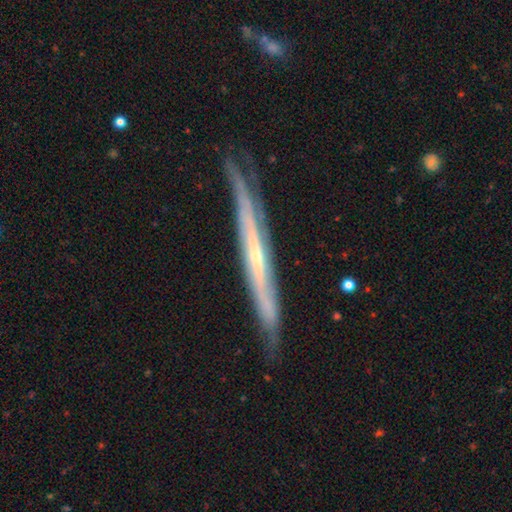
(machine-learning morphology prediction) featured or disk 77%, smooth 17%, star or artifact 6%. Down the decision tree: edge-on disk — yes (88%); edge-on bulge — none (57%); merging — none (76%).